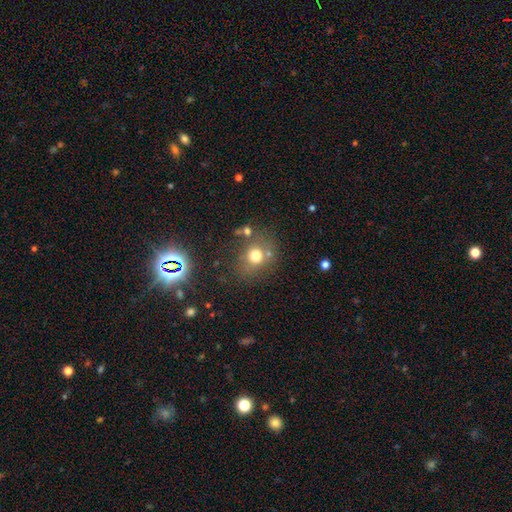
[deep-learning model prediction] Overall: smooth (71%). How rounded: round (75%). Merging: none (67%).